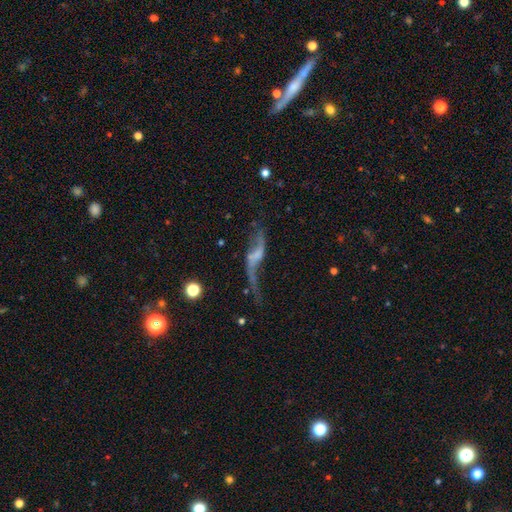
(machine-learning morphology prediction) The model was most divided on "bar": no: 45%, weak: 36%, strong: 19%. Remaining: spiral winding — loose (94%); spiral arm count — 2 (88%); edge-on disk — no (88%); spiral arms — yes (86%); smooth or featured — featured or disk (79%); bulge size — none (55%); merging — none (43%).